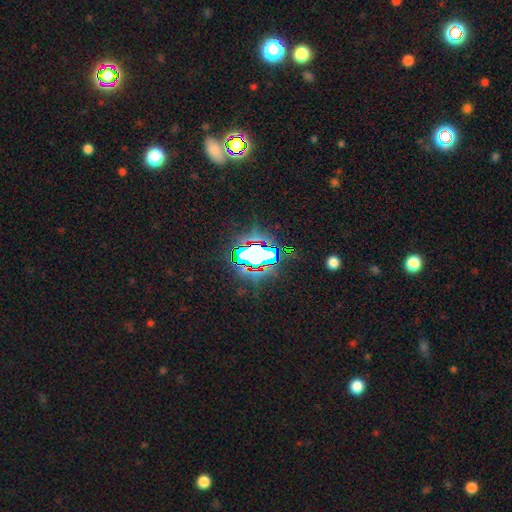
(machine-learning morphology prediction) A star or artifact, not a galaxy (68%).